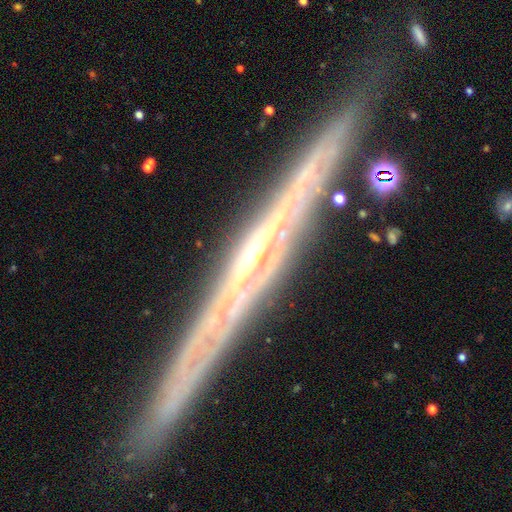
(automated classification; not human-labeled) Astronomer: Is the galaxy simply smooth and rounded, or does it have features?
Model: featured or disk — 82%.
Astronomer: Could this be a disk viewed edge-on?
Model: yes — 97%.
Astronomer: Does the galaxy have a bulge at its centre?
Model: rounded — 49% (runner-up: none, 46%).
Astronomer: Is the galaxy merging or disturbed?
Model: none — 89%.